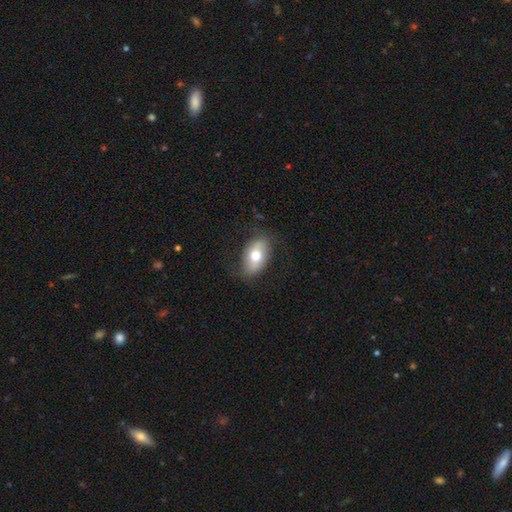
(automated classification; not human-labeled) A smooth galaxy with no disk features (63%) that is in between round and cigar-shaped (87%).

Vote fractions:
- Smooth or featured? smooth: 63% / featured or disk: 30% / star or artifact: 7%
- How rounded? in between: 87% / round: 11% / cigar-shaped: 2%
- Merging? none: 76% / minor disturbance: 17% / major disturbance: 6% / merger: 1%